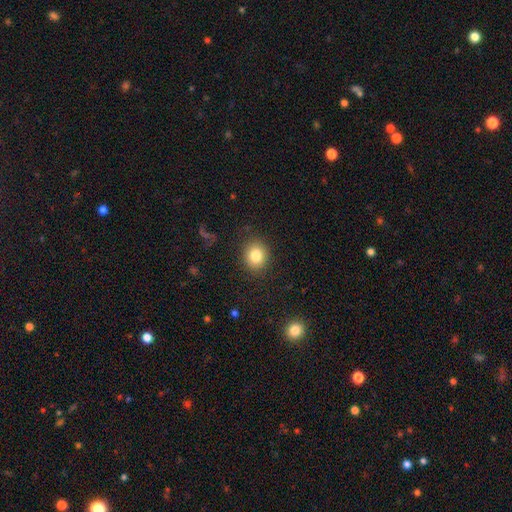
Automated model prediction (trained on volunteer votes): Morphology: type=smooth (82%); roundness=round (77%); merging=none (88%).